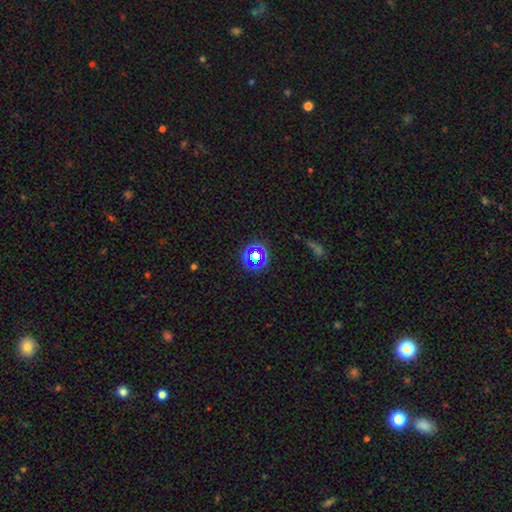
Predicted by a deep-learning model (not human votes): Smooth or featured: star or artifact — 54% (smooth — 34%)